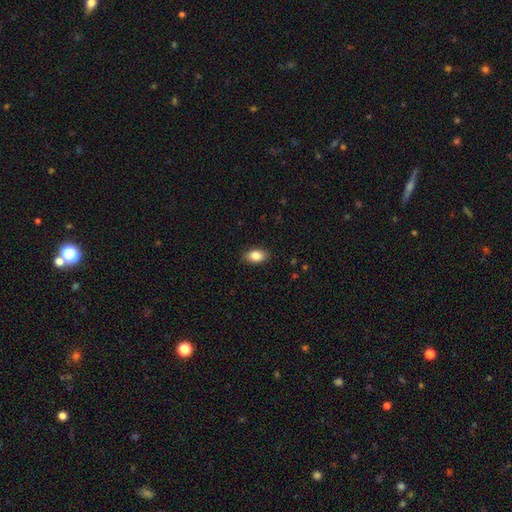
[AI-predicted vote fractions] Smooth or featured?
  - smooth: 86% *
  - star or artifact: 8%
  - featured or disk: 6%
How rounded?
  - in between: 88% *
  - round: 11%
  - cigar-shaped: 2%
Merging?
  - none: 86% *
  - minor disturbance: 10%
  - major disturbance: 2%
  - merger: 1%